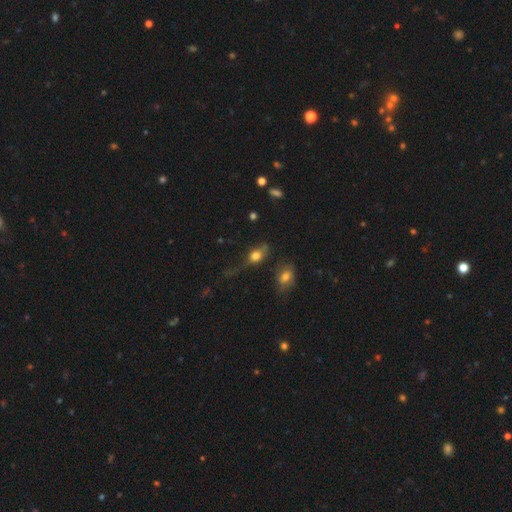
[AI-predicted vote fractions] Smooth or featured? Predicted: smooth (p=0.70). How rounded? Predicted: in between (p=0.64). Merging? Predicted: none (p=0.34).